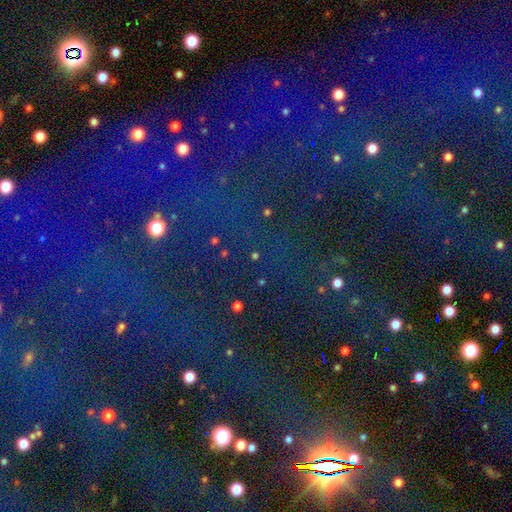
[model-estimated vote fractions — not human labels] Smooth or featured: star or artifact — 76% (smooth — 15%)